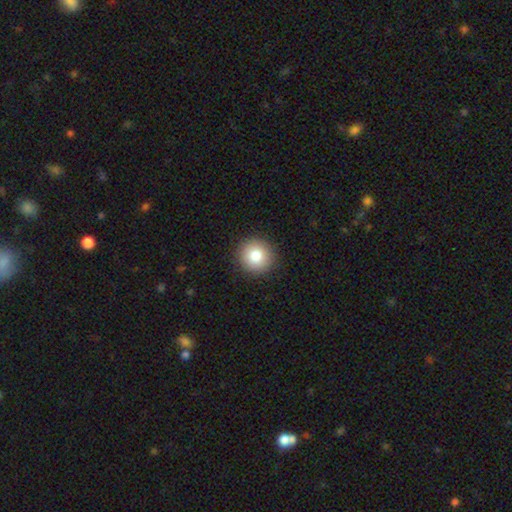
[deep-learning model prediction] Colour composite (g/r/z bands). It shows a smooth galaxy with no disk features (82%) that is round (93%). Merging: none (92%).